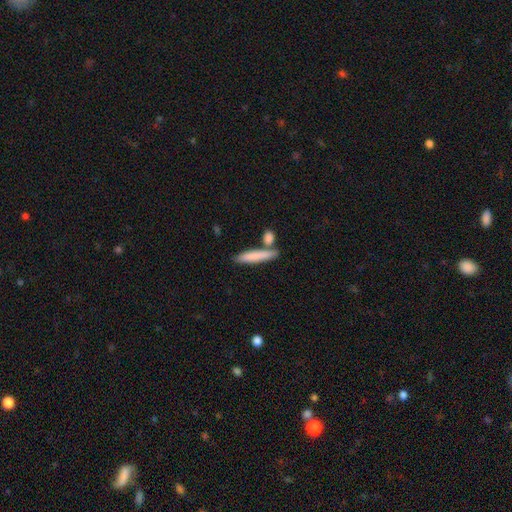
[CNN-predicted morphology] The model was most divided on "merging": none: 70%, merger: 15%, minor disturbance: 12%, major disturbance: 3%. More confident: how rounded — cigar-shaped (85%); smooth or featured — smooth (79%).